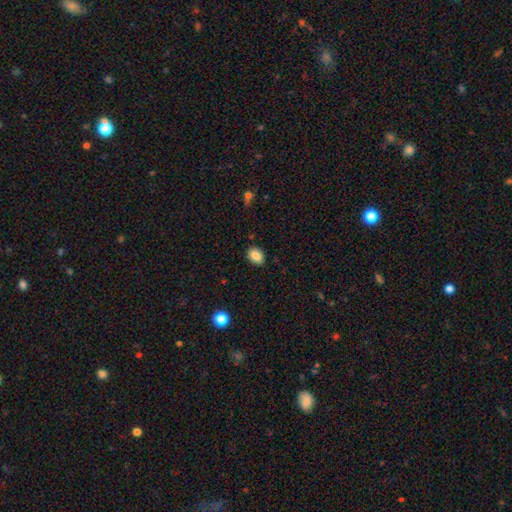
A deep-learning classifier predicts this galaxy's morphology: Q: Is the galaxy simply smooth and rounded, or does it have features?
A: smooth — 86%.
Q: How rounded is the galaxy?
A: in between — 70%.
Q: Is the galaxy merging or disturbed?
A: none — 87%.